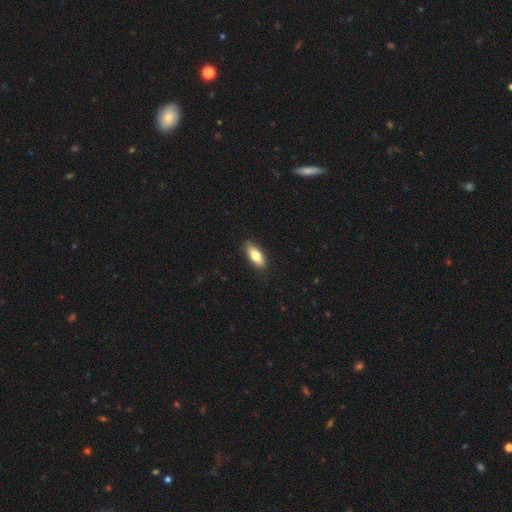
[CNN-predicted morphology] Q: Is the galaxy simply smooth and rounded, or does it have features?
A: smooth — 77%.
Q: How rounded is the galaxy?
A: in between — 77%.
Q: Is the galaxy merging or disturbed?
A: none — 88%.